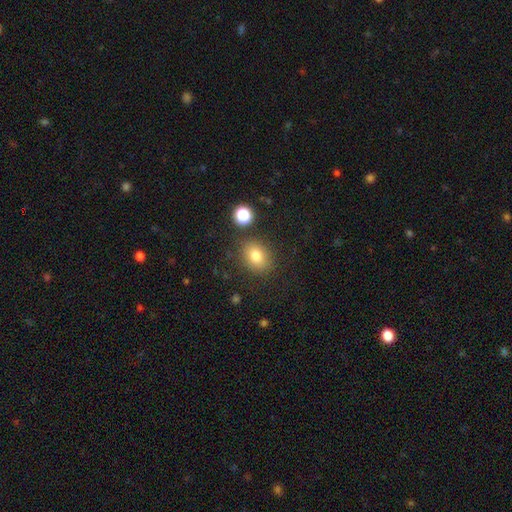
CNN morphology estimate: smooth-or-featured: smooth: 79% | star or artifact: 12% | featured or disk: 9%
  how-rounded: in between: 58% | round: 41% | cigar-shaped: 1%
  merging: none: 81% | minor disturbance: 11% | merger: 4% | major disturbance: 4%